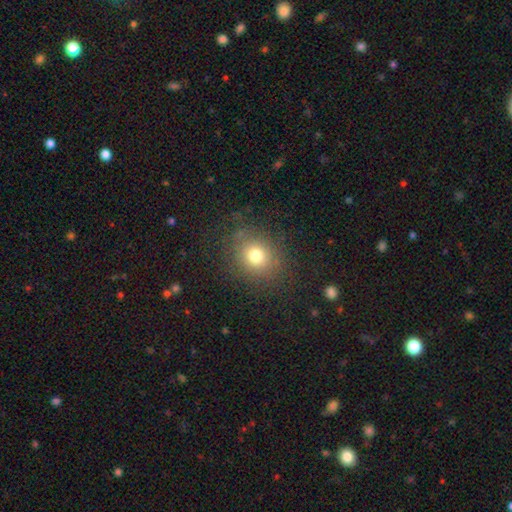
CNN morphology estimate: smooth_or_featured: smooth (p=0.75) [alt: star or artifact p=0.15]
how_rounded: round (p=0.74) [alt: in between p=0.25]
merging: none (p=0.81) [alt: minor disturbance p=0.11]